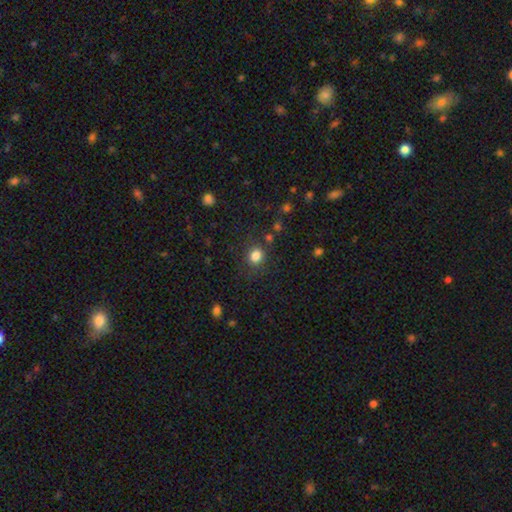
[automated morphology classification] Smooth or featured? Predicted: smooth (p=0.83). How rounded? Predicted: round (p=0.72). Merging? Predicted: none (p=0.82).